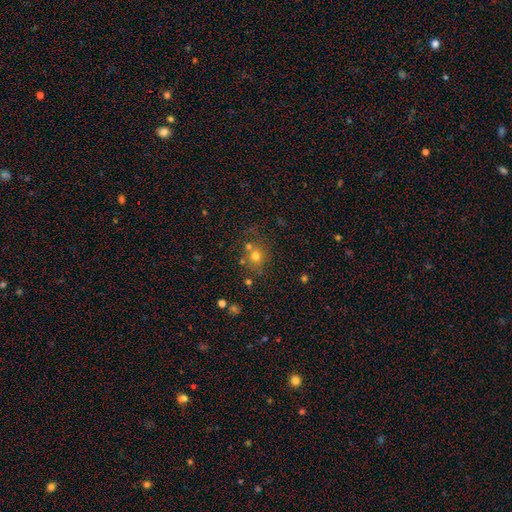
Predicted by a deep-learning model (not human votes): A smooth galaxy with no disk features (69%) that is round (83%). Merging: none (59%).